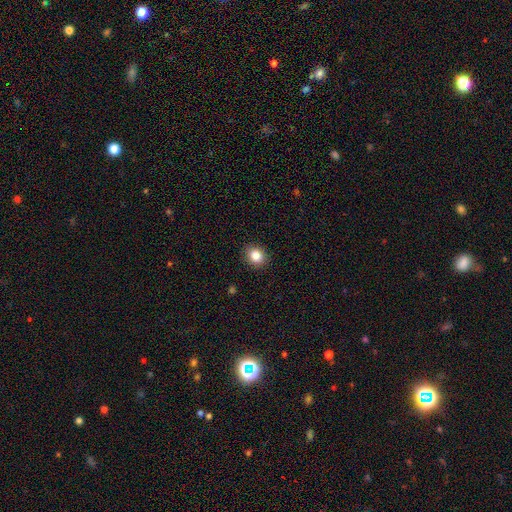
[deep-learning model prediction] This is clearly a smooth galaxy (84%). How rounded: likely round (74%). Merging: clearly none (90%).